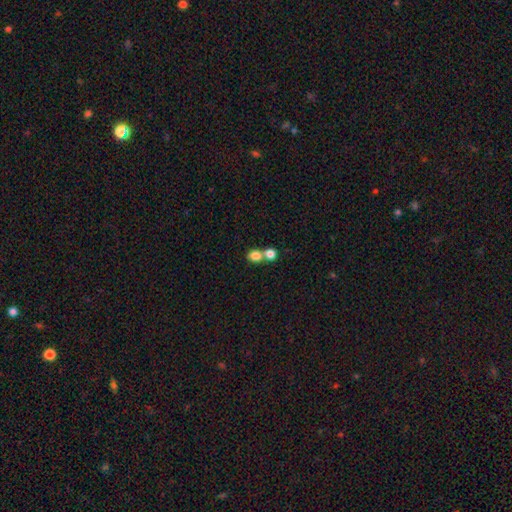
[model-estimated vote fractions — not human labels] The model was most divided on "merging": merger: 52%, none: 39%, minor disturbance: 6%, major disturbance: 3%. More confident: smooth or featured — smooth (82%); how rounded — round (65%).